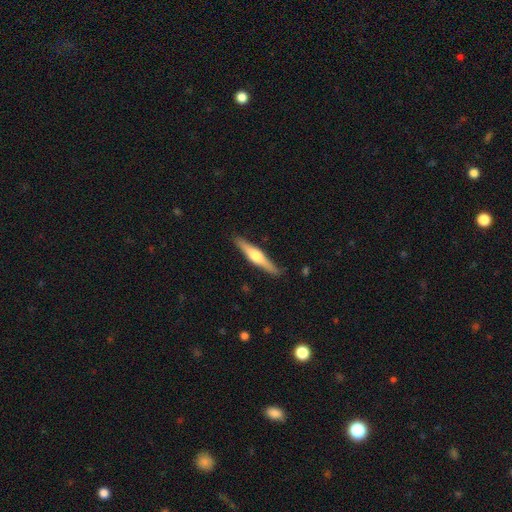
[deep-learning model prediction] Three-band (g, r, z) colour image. It shows a featured or disk galaxy (63%) viewed edge-on (97%) with a rounded central bulge (91%). Merging: none (89%).